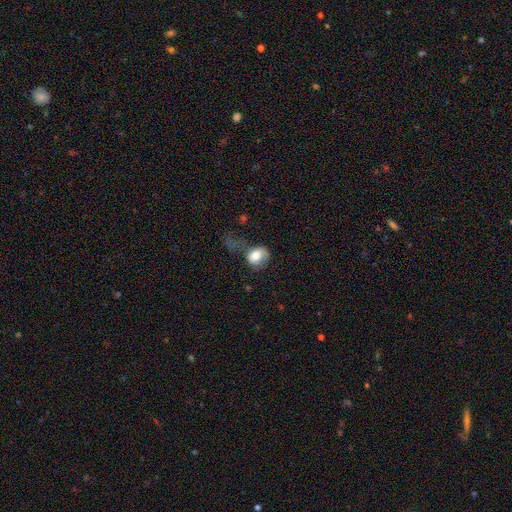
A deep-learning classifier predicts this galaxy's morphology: smooth_or_featured: smooth (p=0.75) [alt: featured or disk p=0.17]
how_rounded: in between (p=0.58) [alt: round p=0.41]
merging: major disturbance (p=0.40) [alt: minor disturbance p=0.28]